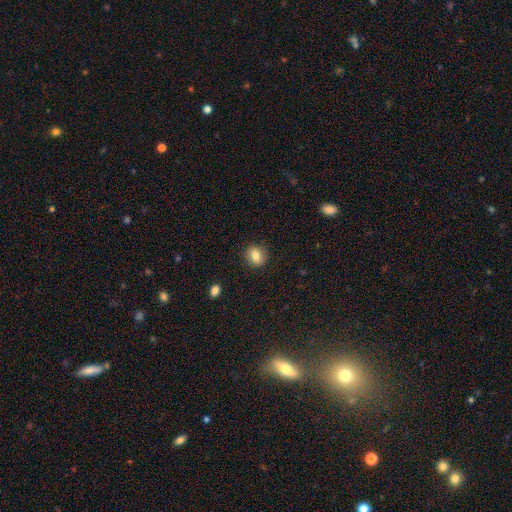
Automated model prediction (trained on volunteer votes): Q: Smooth or featured?
A: smooth (80%); runner-up: featured or disk (11%)
Q: How rounded?
A: round (67%); runner-up: in between (32%)
Q: Merging?
A: none (88%); runner-up: minor disturbance (9%)